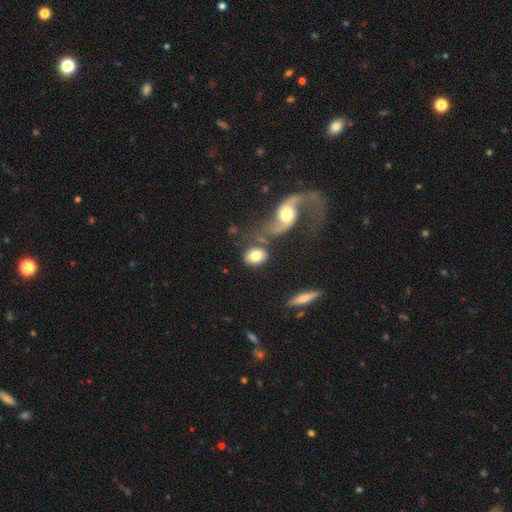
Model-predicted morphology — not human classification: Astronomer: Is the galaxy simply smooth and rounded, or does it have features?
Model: smooth — 72%.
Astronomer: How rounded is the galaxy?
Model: in between — 53% (runner-up: round, 44%).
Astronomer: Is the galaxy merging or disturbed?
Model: none — 60%.